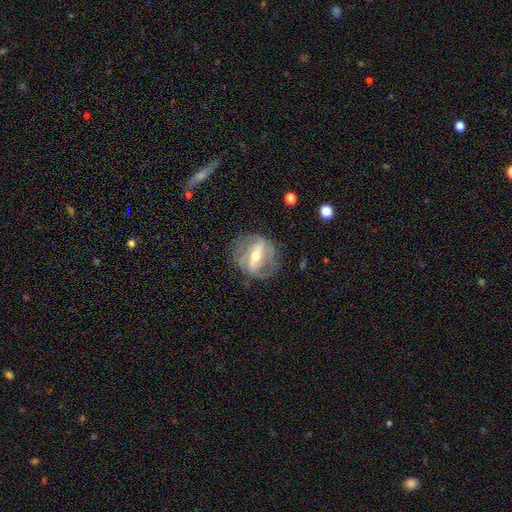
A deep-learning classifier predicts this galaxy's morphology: smooth_or_featured: featured or disk (p=0.80) [alt: smooth p=0.14]
disk_edge_on: no (p=0.86) [alt: yes p=0.14]
bar: strong (p=0.69) [alt: weak p=0.23]
has_spiral_arms: yes (p=0.71) [alt: no p=0.29]
bulge_size: moderate (p=0.62) [alt: small p=0.29]
merging: none (p=0.71) [alt: minor disturbance p=0.17]